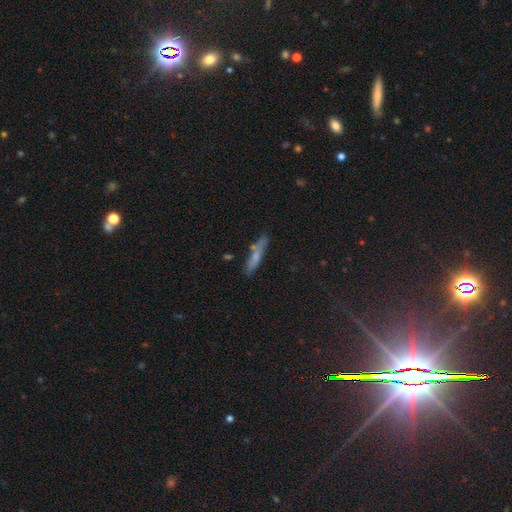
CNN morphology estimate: This appears to be a smooth galaxy with no disk features (63%) that is cigar-shaped (87%). Merging: none (74%).